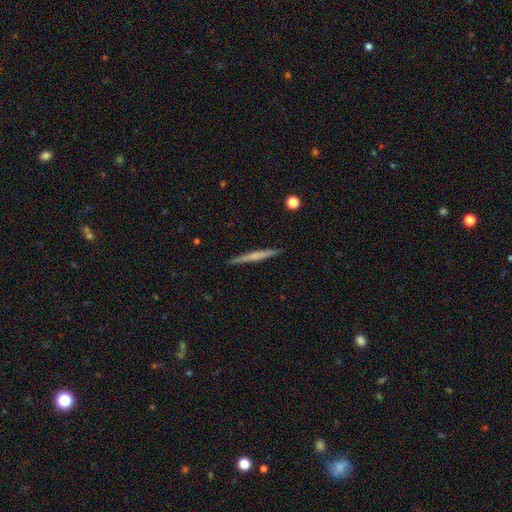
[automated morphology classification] Smooth or featured?
  - featured or disk: 50% *
  - smooth: 44%
  - star or artifact: 6%
Edge-on disk?
  - yes: 97% *
  - no: 3%
Merging?
  - none: 91% *
  - minor disturbance: 6%
  - major disturbance: 1%
  - merger: 1%